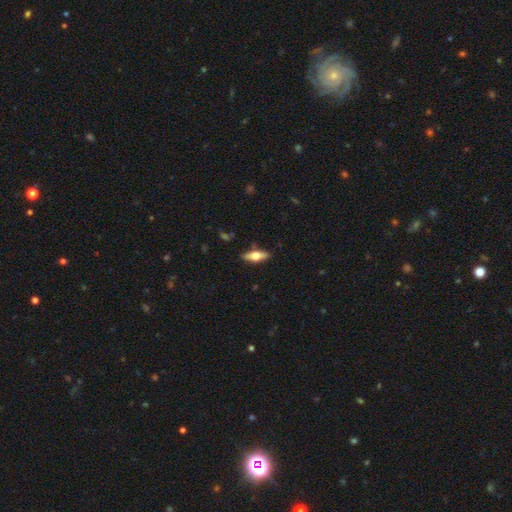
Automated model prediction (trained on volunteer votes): Q: Smooth or featured?
A: smooth (51%); runner-up: featured or disk (43%)
Q: How rounded?
A: in between (60%); runner-up: cigar-shaped (37%)
Q: Merging?
A: none (85%); runner-up: minor disturbance (11%)